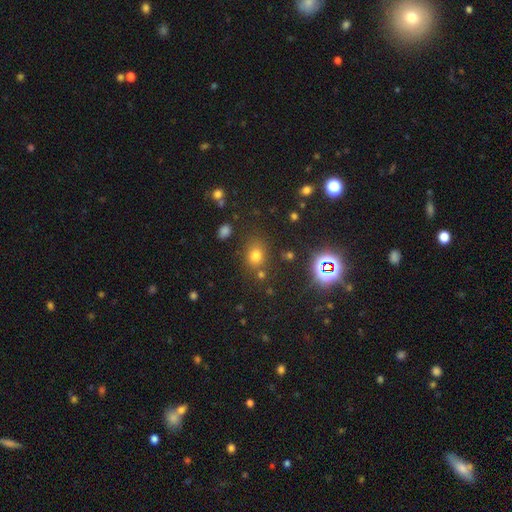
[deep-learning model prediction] smooth_or_featured: smooth (p=0.67) [alt: star or artifact p=0.25]
how_rounded: in between (p=0.52) [alt: round p=0.47]
merging: none (p=0.74) [alt: minor disturbance p=0.13]